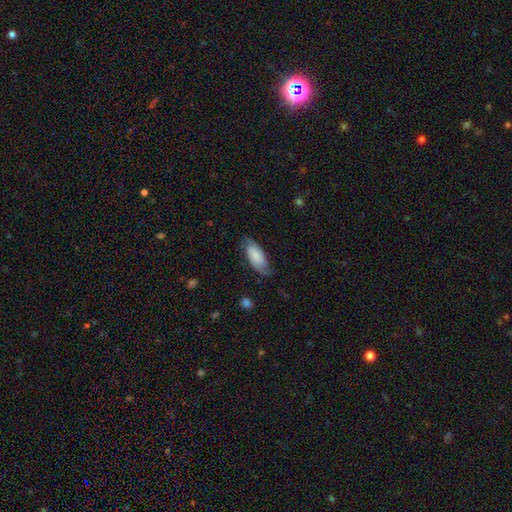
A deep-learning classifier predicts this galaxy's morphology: A smooth galaxy with no disk features (59%) that is in between round and cigar-shaped (83%).

Vote fractions:
- Smooth or featured? smooth: 59% / featured or disk: 34% / star or artifact: 7%
- How rounded? in between: 83% / cigar-shaped: 15% / round: 2%
- Merging? none: 73% / minor disturbance: 20% / major disturbance: 6% / merger: 1%